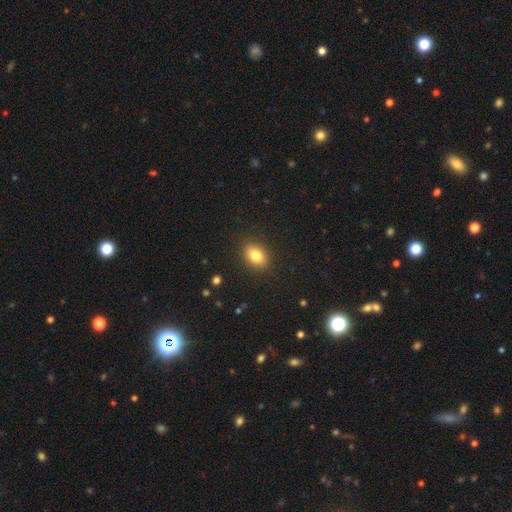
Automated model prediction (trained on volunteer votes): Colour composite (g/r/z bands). It shows a smooth galaxy with no disk features (81%) that is in between round and cigar-shaped (72%). Merging: none (88%).